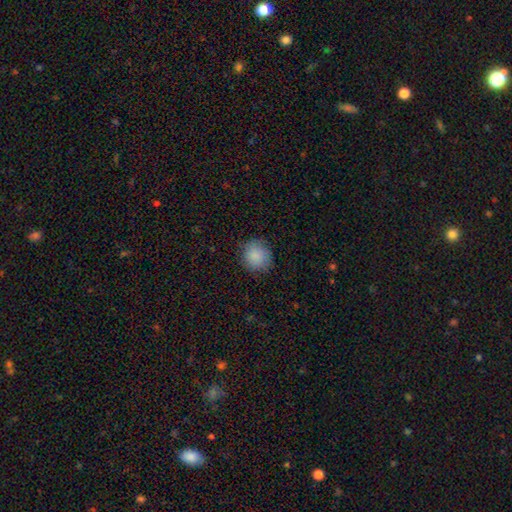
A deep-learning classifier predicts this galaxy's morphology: A smooth galaxy with no disk features (88%) that is round (85%). Merging: none (82%).